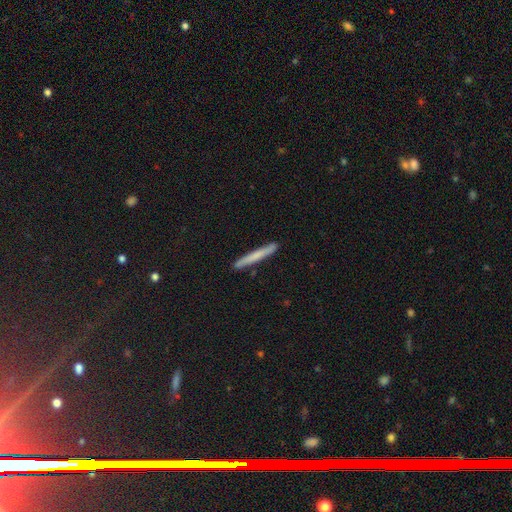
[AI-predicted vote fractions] Smooth or featured: smooth — 64% (featured or disk — 30%)
How rounded: cigar-shaped — 97% (in between — 2%)
Merging: none — 89% (minor disturbance — 8%)